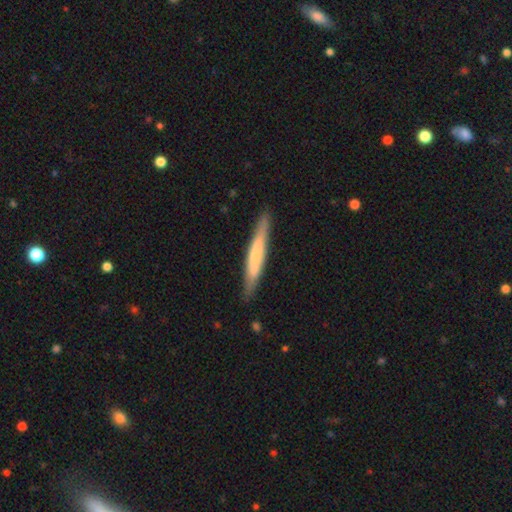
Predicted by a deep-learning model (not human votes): Q: Smooth or featured?
A: smooth (56%); runner-up: featured or disk (39%)
Q: How rounded?
A: cigar-shaped (95%); runner-up: in between (4%)
Q: Merging?
A: none (87%); runner-up: minor disturbance (10%)